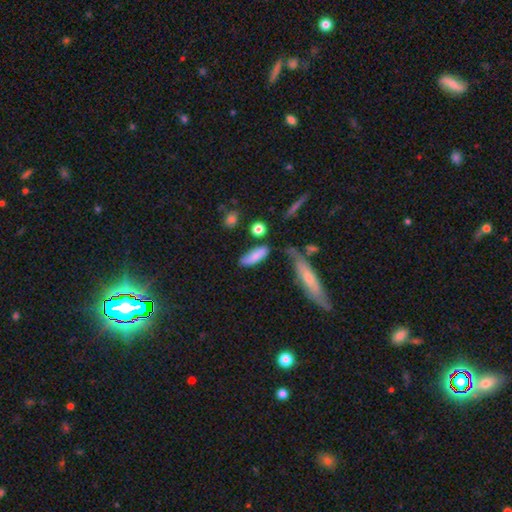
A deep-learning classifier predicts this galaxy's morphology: This appears to be a smooth galaxy with no disk features (79%) that is in between round and cigar-shaped (56%). Merging: none (63%).